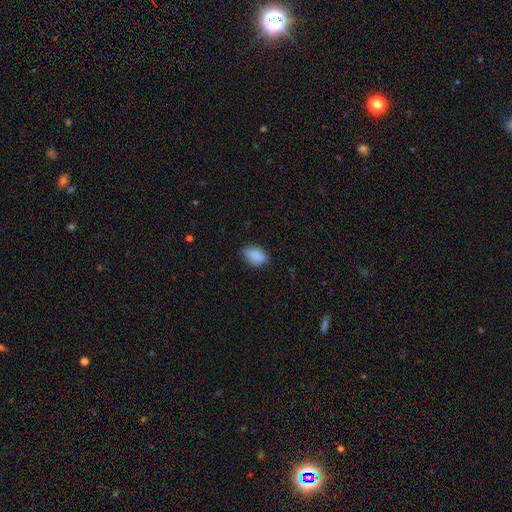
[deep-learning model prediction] smooth_or_featured: smooth (p=0.87) [alt: star or artifact p=0.08]
how_rounded: in between (p=0.87) [alt: round p=0.11]
merging: none (p=0.72) [alt: minor disturbance p=0.22]